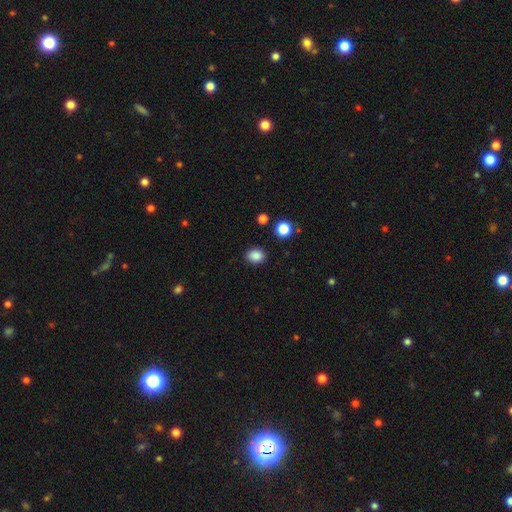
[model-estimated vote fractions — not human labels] Overall: smooth (86%). How rounded: round (57%; in between 42%). Merging: none (88%).